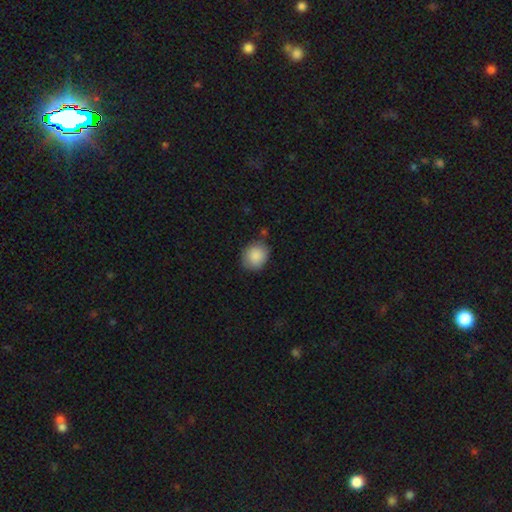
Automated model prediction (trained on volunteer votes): smooth-or-featured: smooth: 88% | star or artifact: 7% | featured or disk: 5%
  how-rounded: round: 66% | in between: 33% | cigar-shaped: 1%
  merging: none: 75% | minor disturbance: 18% | major disturbance: 4% | merger: 3%